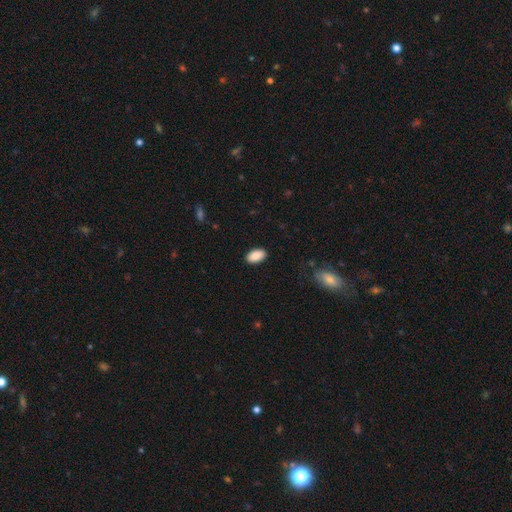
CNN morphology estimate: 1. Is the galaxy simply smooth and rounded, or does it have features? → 90% smooth, 7% star or artifact, 4% featured or disk.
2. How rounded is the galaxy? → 94% in between, 4% round, 2% cigar-shaped.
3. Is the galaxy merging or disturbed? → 88% none, 9% minor disturbance, 2% major disturbance, 1% merger.